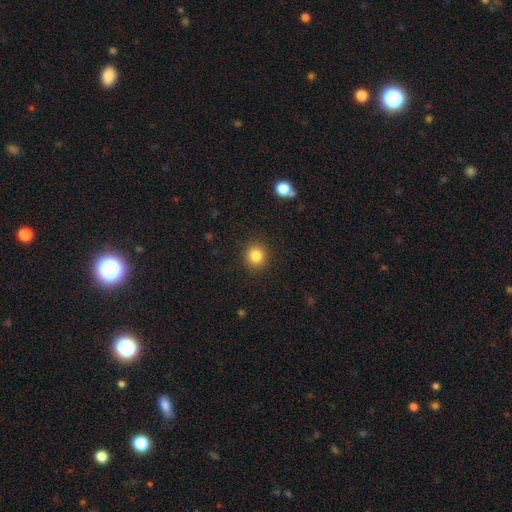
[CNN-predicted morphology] Overall: smooth (84%). How rounded: round (87%). Merging: none (89%).